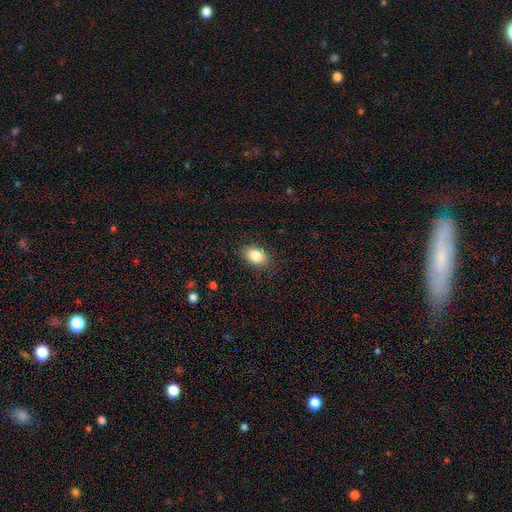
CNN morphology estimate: Overall: smooth (85%). How rounded: in between (84%). Merging: none (85%).